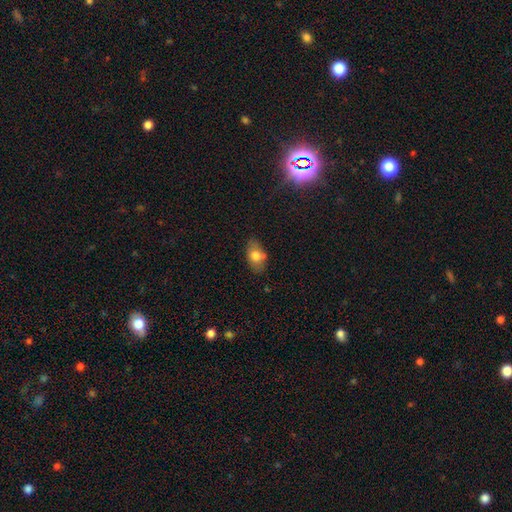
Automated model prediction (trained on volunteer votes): Smooth or featured? smooth (73%)
How rounded? in between (87%)
Merging? none (71%)